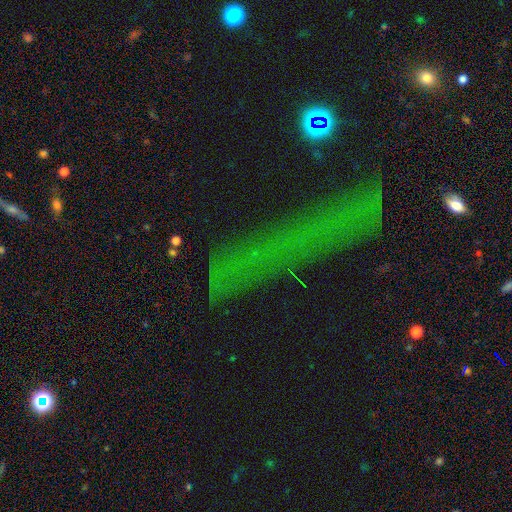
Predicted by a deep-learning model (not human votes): A star or artifact, not a galaxy (59%).

Vote fractions:
- Smooth or featured? star or artifact: 59% / smooth: 25% / featured or disk: 16%